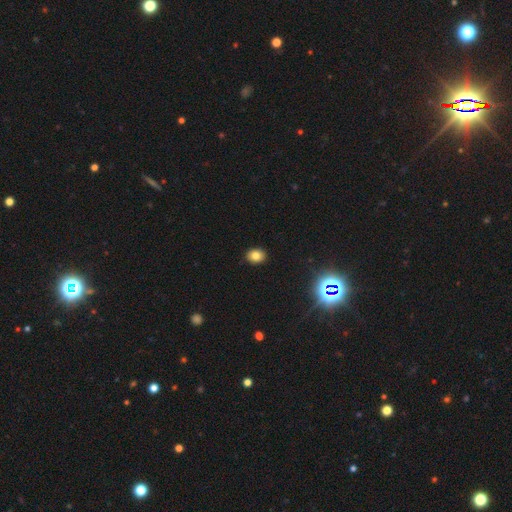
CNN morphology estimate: This is clearly a smooth galaxy (80%). How rounded: possibly in between (54%). Merging: clearly none (90%).